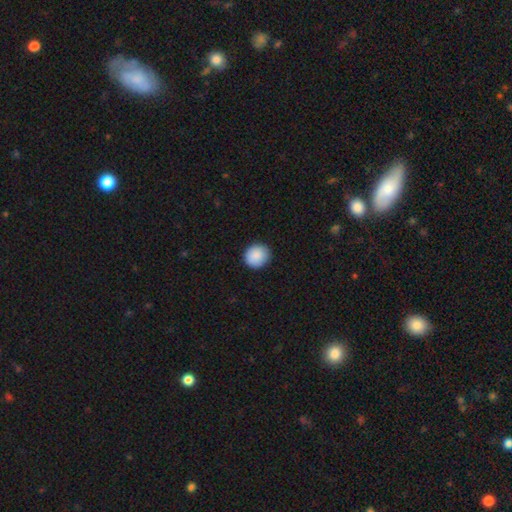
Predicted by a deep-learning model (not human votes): Smooth or featured: smooth — 89% (star or artifact — 7%)
How rounded: round — 89% (in between — 10%)
Merging: none — 91% (minor disturbance — 7%)